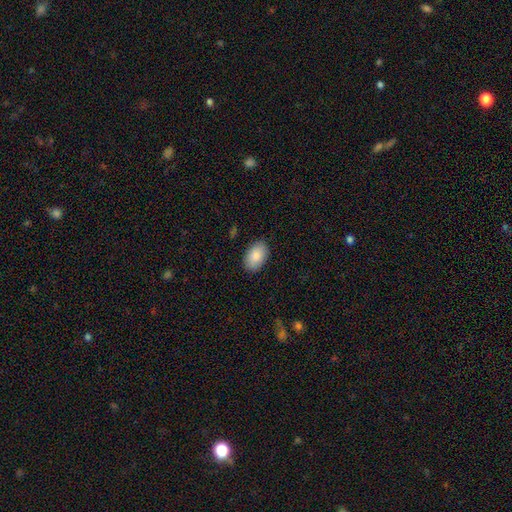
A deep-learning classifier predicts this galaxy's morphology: Smooth or featured? Predicted: smooth (p=0.88). How rounded? Predicted: in between (p=0.93). Merging? Predicted: none (p=0.87).